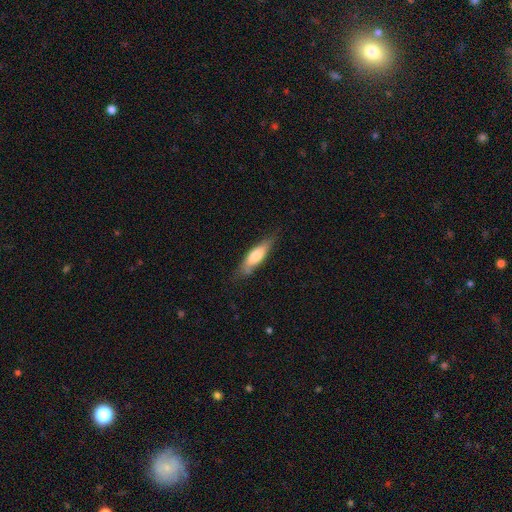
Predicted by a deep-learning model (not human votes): smooth 68%, featured or disk 27%, star or artifact 6%. Down the decision tree: how rounded — cigar-shaped (55%); merging — none (70%).